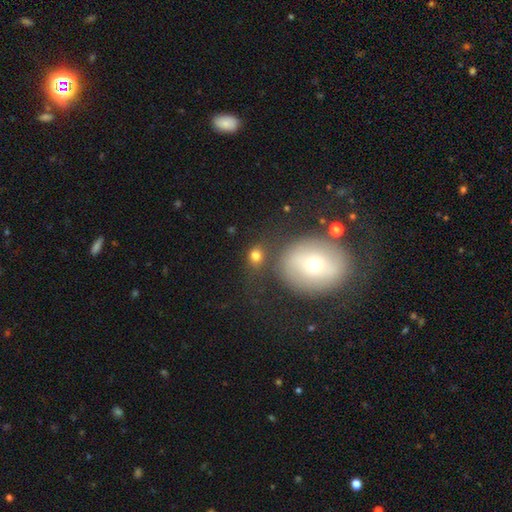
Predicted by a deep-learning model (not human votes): smooth-or-featured: smooth: 76% | star or artifact: 14% | featured or disk: 10%
  how-rounded: round: 58% | in between: 40% | cigar-shaped: 2%
  merging: none: 64% | merger: 15% | minor disturbance: 14% | major disturbance: 7%